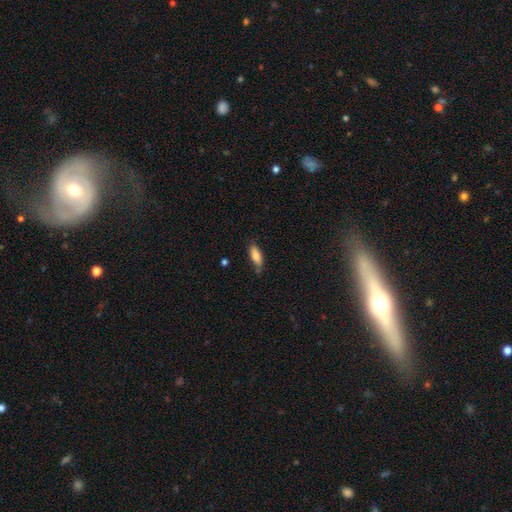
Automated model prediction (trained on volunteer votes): smooth-or-featured: smooth: 80% | featured or disk: 13% | star or artifact: 7%
  how-rounded: in between: 74% | cigar-shaped: 24% | round: 2%
  merging: none: 76% | minor disturbance: 18% | merger: 3% | major disturbance: 3%